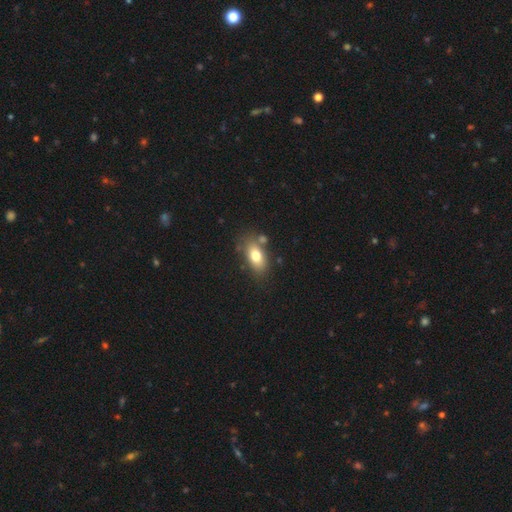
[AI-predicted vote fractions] Smooth or featured: smooth — 75% (featured or disk — 17%)
How rounded: in between — 87% (round — 9%)
Merging: none — 67% (minor disturbance — 16%)